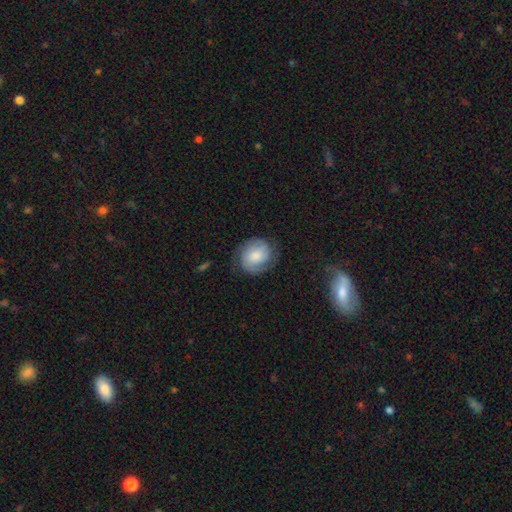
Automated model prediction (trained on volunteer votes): Smooth or featured: featured or disk — 59% (smooth — 34%)
Edge-on disk: no — 98% (yes — 2%)
Bar: no — 64% (weak — 30%)
Spiral arms: yes — 91% (no — 9%)
Spiral winding: tight — 52% (medium — 36%)
Spiral arm count: 2 — 76% (can't tell — 12%)
Bulge size: moderate — 38% (small — 27%)
Merging: none — 74% (minor disturbance — 17%)